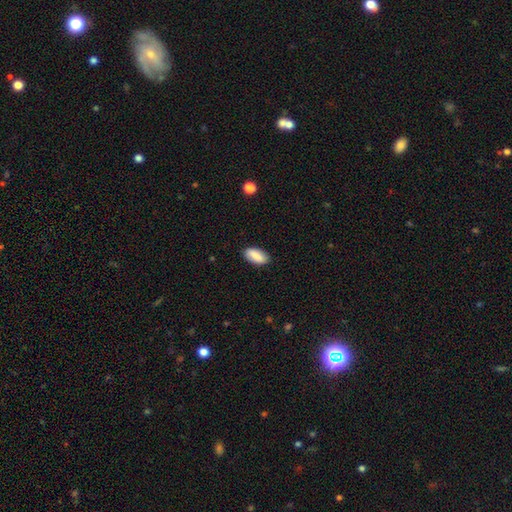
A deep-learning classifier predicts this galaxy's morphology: Overall: smooth (84%). How rounded: in between (89%). Merging: none (87%).